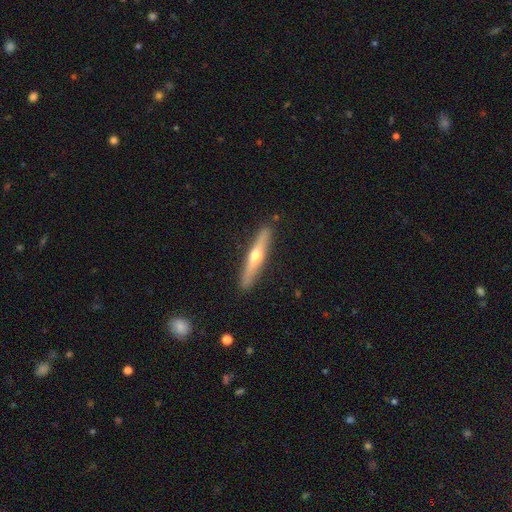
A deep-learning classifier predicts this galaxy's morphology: smooth-or-featured: featured or disk: 59% | smooth: 35% | star or artifact: 5%
  disk-edge-on: yes: 94% | no: 6%
    edge-on-bulge: rounded: 91% | none: 7% | boxy: 3%
  merging: none: 89% | minor disturbance: 8% | major disturbance: 2% | merger: 1%